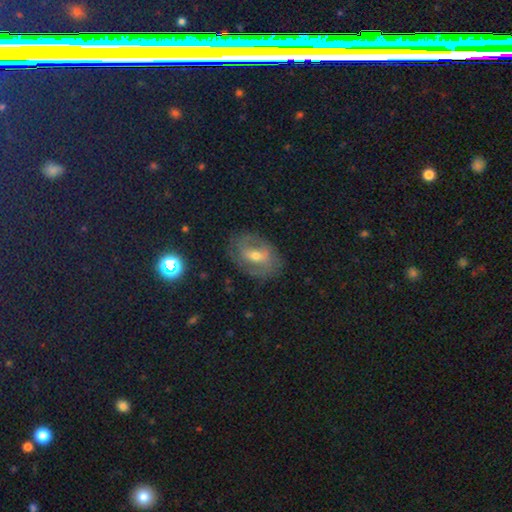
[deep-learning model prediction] featured or disk 68%, smooth 20%, star or artifact 12%. Down the decision tree: edge-on disk — no (94%); bar — weak (42%); spiral arms — yes (74%); bulge size — moderate (53%); merging — none (75%).